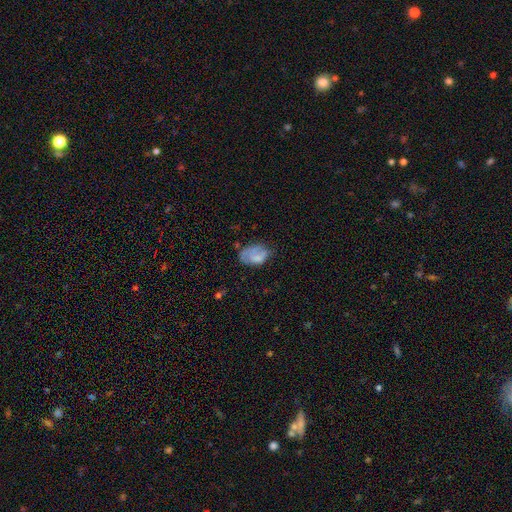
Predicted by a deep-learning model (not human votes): Smooth or featured?
  - smooth: 65% *
  - featured or disk: 26%
  - star or artifact: 9%
How rounded?
  - in between: 88% *
  - round: 10%
  - cigar-shaped: 1%
Merging?
  - none: 42% *
  - minor disturbance: 33%
  - major disturbance: 21%
  - merger: 4%